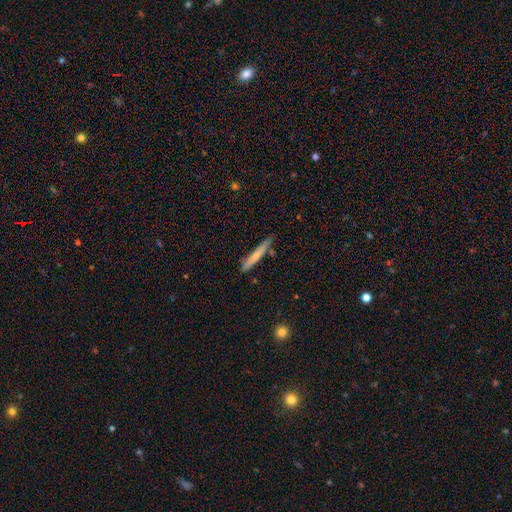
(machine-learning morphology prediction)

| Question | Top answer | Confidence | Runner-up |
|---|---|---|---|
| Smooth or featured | smooth | 62% | featured or disk (32%) |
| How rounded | cigar-shaped | 95% | in between (4%) |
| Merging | none | 81% | minor disturbance (14%) |